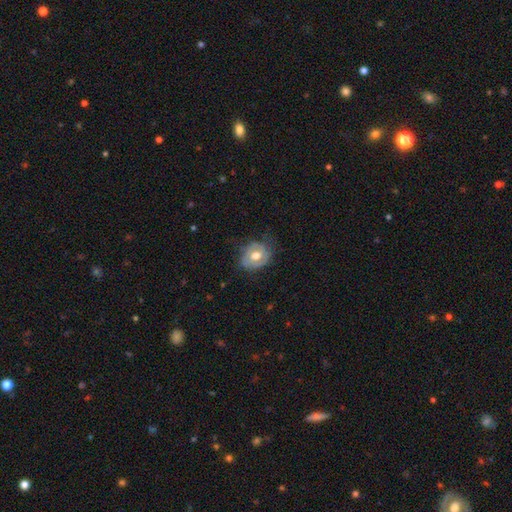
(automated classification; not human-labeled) A featured or disk galaxy (55%) with no bar (67%), spiral arms (60%) and a moderate central bulge (70%). Merging: none (62%).